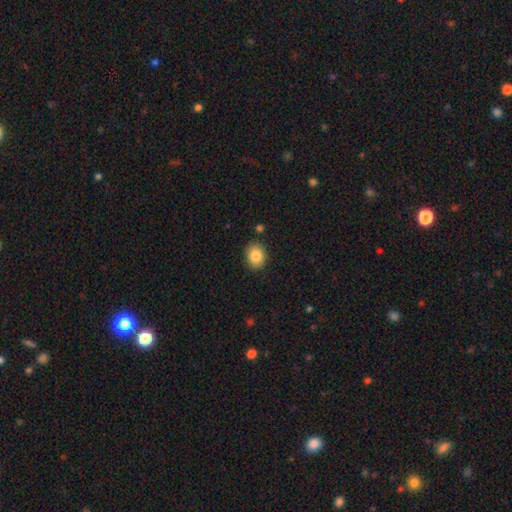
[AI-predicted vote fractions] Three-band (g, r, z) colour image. It shows a smooth galaxy with no disk features (85%) that is in between round and cigar-shaped (53%). Merging: none (86%).